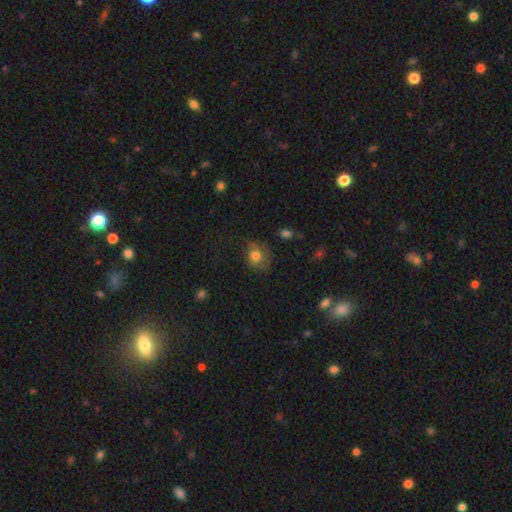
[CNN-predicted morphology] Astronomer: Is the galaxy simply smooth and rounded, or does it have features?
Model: smooth — 78%.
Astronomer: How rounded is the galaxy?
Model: round — 70%.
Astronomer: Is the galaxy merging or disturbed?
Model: none — 58%.